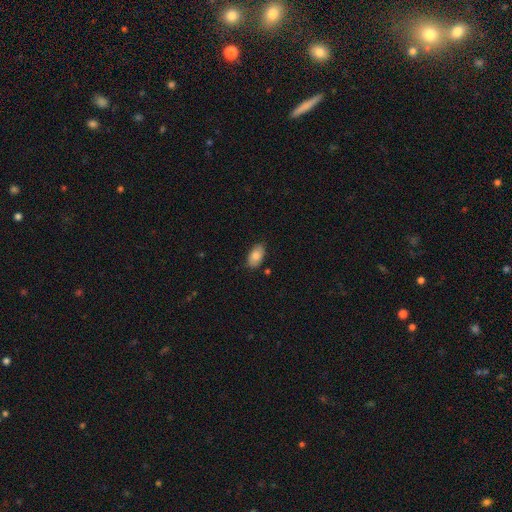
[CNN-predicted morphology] Smooth or featured? Predicted: smooth (p=0.80). How rounded? Predicted: in between (p=0.94). Merging? Predicted: none (p=0.85).